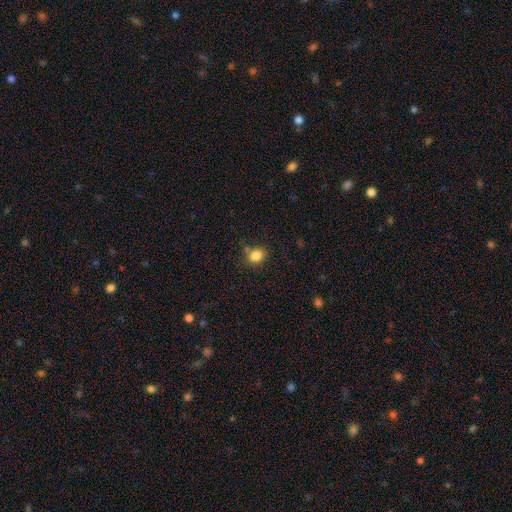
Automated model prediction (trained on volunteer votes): smooth-or-featured: smooth: 84% | star or artifact: 11% | featured or disk: 5%
  how-rounded: round: 62% | in between: 37% | cigar-shaped: 1%
  merging: none: 75% | minor disturbance: 14% | merger: 7% | major disturbance: 4%